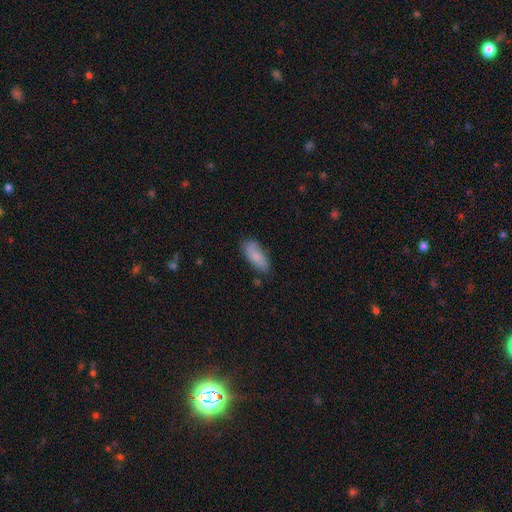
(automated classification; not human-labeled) smooth-or-featured: smooth: 81% | featured or disk: 12% | star or artifact: 7%
  how-rounded: in between: 77% | cigar-shaped: 21% | round: 2%
  merging: none: 72% | minor disturbance: 21% | major disturbance: 4% | merger: 3%